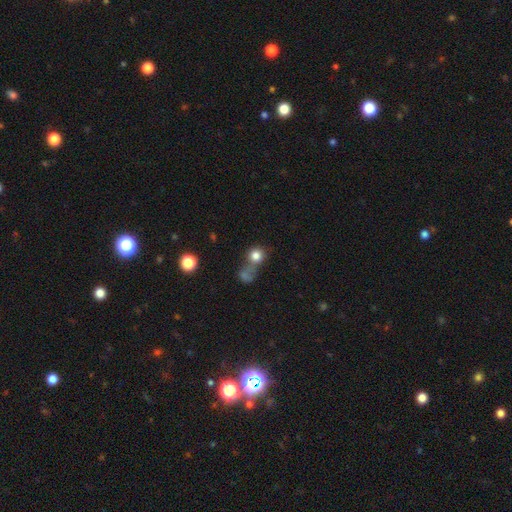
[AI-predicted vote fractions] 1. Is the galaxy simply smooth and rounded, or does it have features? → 79% smooth, 12% star or artifact, 9% featured or disk.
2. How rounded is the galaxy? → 86% round, 13% in between, 1% cigar-shaped.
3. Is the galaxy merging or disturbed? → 41% none, 38% merger, 11% minor disturbance, 10% major disturbance.